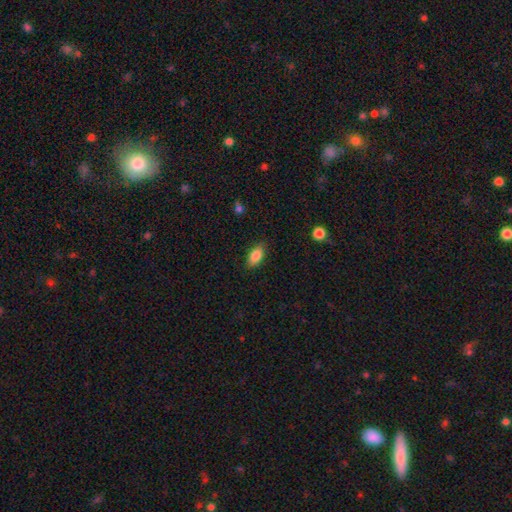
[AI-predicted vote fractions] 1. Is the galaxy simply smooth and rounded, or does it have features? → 85% smooth, 8% featured or disk, 8% star or artifact.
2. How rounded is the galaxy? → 88% in between, 7% cigar-shaped, 4% round.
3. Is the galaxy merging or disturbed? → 85% none, 11% minor disturbance, 2% major disturbance, 1% merger.